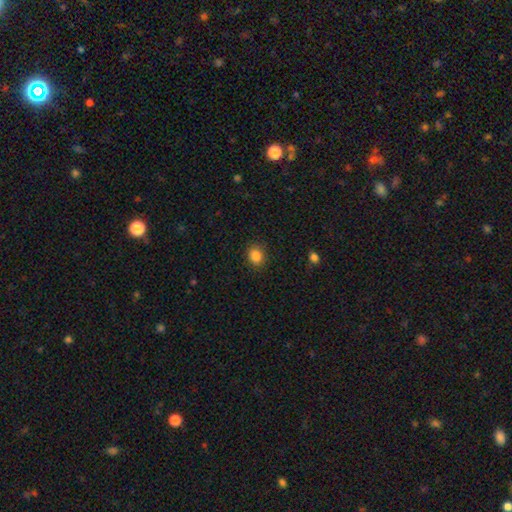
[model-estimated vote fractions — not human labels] Smooth or featured? Predicted: smooth (p=0.86). How rounded? Predicted: round (p=0.64). Merging? Predicted: none (p=0.86).